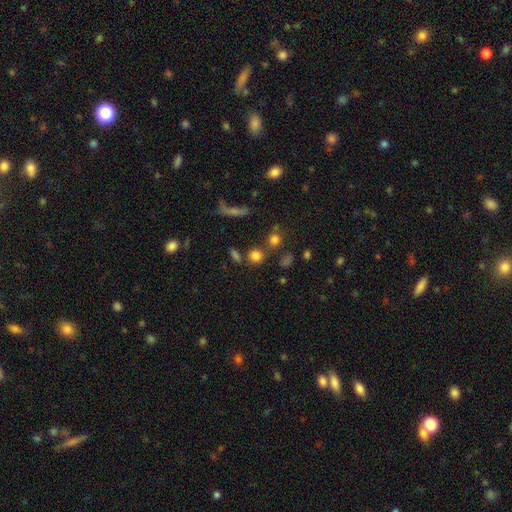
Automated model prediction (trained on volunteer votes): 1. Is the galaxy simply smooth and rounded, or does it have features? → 78% smooth, 15% star or artifact, 7% featured or disk.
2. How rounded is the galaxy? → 84% round, 13% in between, 3% cigar-shaped.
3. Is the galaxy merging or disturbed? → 71% none, 15% merger, 10% minor disturbance, 5% major disturbance.